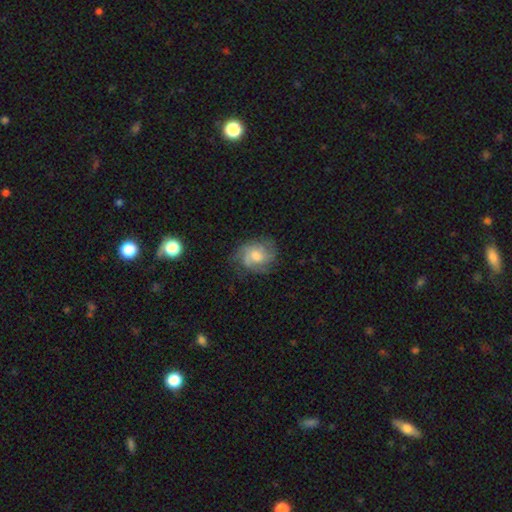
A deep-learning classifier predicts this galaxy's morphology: This appears to be a featured or disk galaxy (70%) with no bar (62%), 3 (38%) medium (44%) spiral arms (93%) and a moderate central bulge (59%). Merging: none (70%).